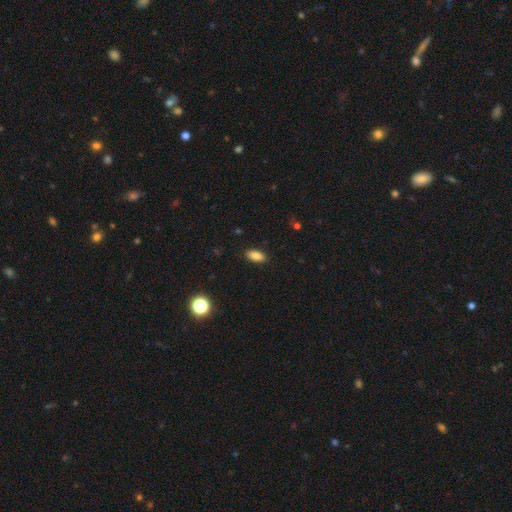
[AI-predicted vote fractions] Q: Smooth or featured?
A: smooth (85%); runner-up: star or artifact (9%)
Q: How rounded?
A: in between (91%); runner-up: cigar-shaped (5%)
Q: Merging?
A: none (89%); runner-up: minor disturbance (8%)